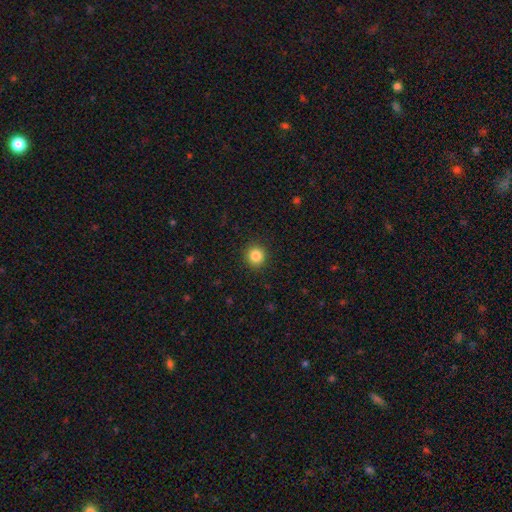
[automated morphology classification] Q: Smooth or featured?
A: smooth (85%); runner-up: star or artifact (11%)
Q: How rounded?
A: round (93%); runner-up: in between (6%)
Q: Merging?
A: none (92%); runner-up: minor disturbance (5%)